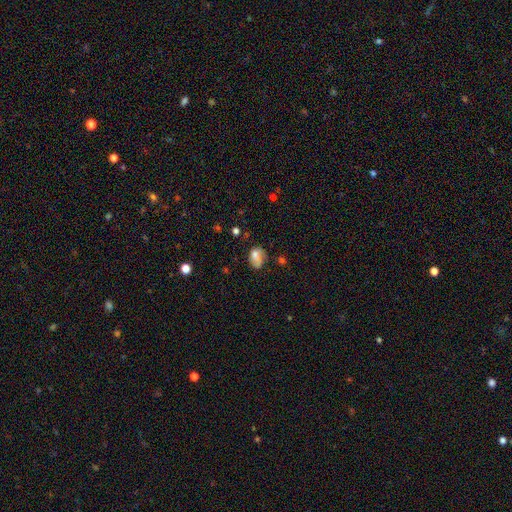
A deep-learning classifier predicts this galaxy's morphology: This appears to be a smooth galaxy with no disk features (68%) that is in between round and cigar-shaped (74%). Merging: none (44%).